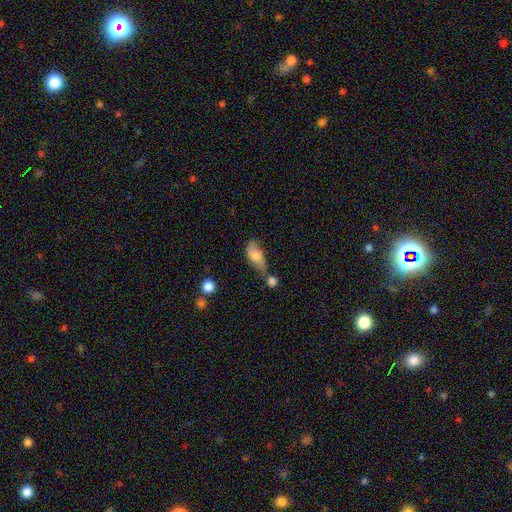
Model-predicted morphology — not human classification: type=smooth (66%); roundness=in between (84%); merging=none (36%).